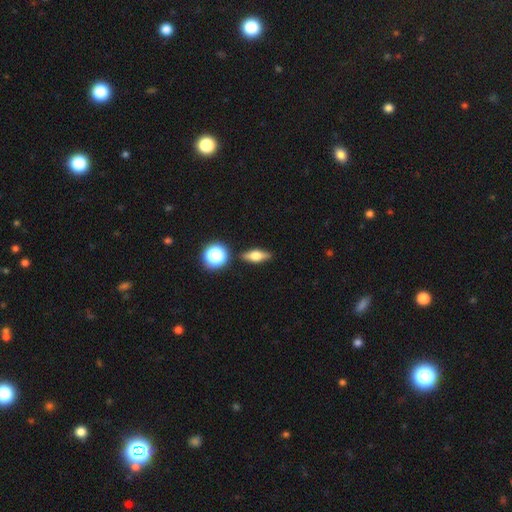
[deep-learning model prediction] Overall: smooth (47%; featured or disk 42%). Merging: none (86%).